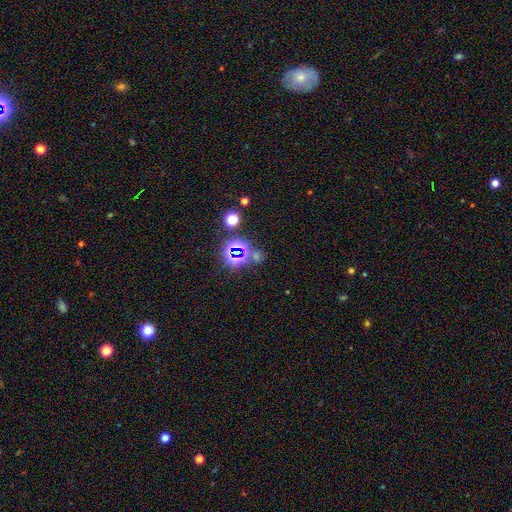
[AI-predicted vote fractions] The model was most divided on "smooth or featured": star or artifact: 70%, smooth: 21%, featured or disk: 9%.